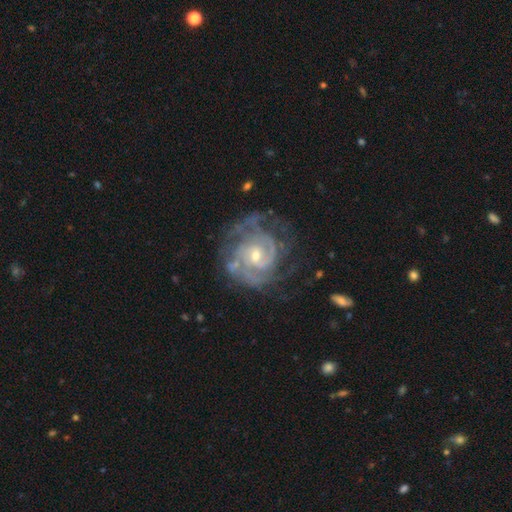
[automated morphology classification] The model was most divided on "spiral arm count": 2: 34%, can't tell: 29%, 3: 19%, 4: 8%, 1: 5%, more than 4: 5%. More confident: edge-on disk — no (98%); spiral arms — yes (95%); smooth or featured — featured or disk (89%); spiral winding — tight (69%); merging — none (61%); bar — no (61%); bulge size — small (54%).